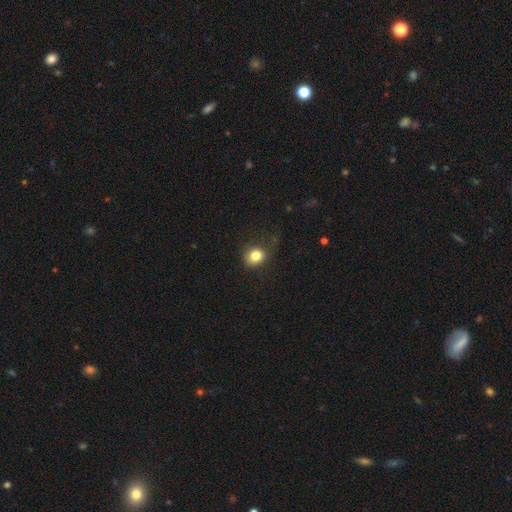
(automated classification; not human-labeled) The model was most divided on "how rounded": round: 71%, in between: 28%, cigar-shaped: 1%. More confident: smooth or featured — smooth (83%); merging — none (69%).